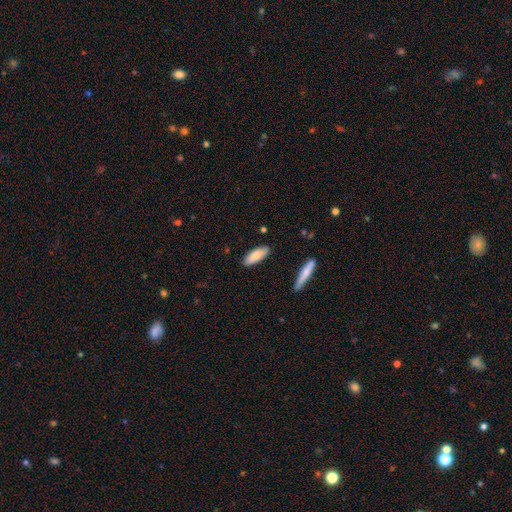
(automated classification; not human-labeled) smooth-or-featured: smooth: 80% | featured or disk: 15% | star or artifact: 6%
  how-rounded: in between: 67% | cigar-shaped: 31% | round: 2%
  merging: none: 87% | minor disturbance: 9% | merger: 2% | major disturbance: 2%